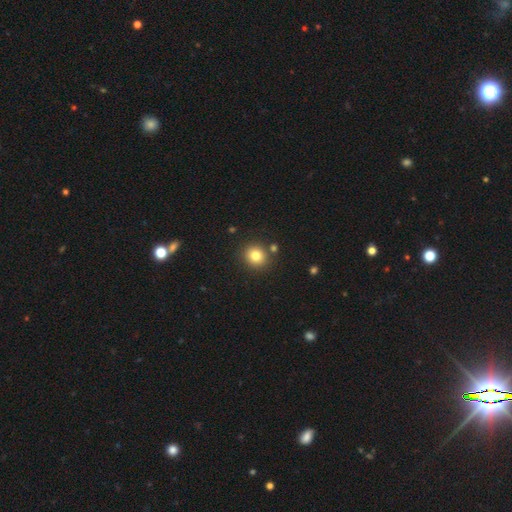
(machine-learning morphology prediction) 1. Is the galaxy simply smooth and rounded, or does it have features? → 81% smooth, 12% star or artifact, 7% featured or disk.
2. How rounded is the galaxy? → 85% round, 14% in between, 1% cigar-shaped.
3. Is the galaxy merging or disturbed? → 84% none, 7% minor disturbance, 6% merger, 2% major disturbance.